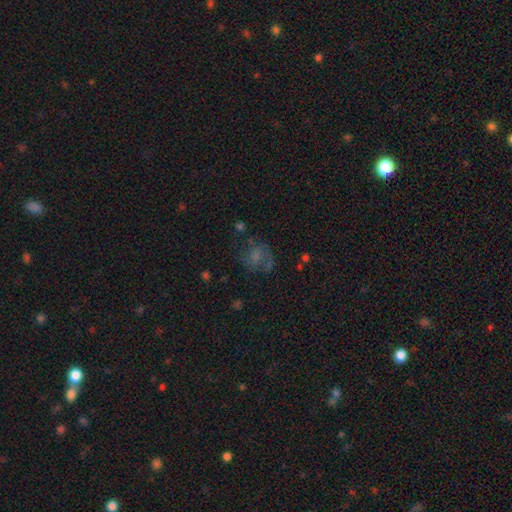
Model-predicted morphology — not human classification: smooth-or-featured: featured or disk: 40% | smooth: 34% | star or artifact: 26%
  merging: none: 57% | major disturbance: 19% | minor disturbance: 19% | merger: 4%